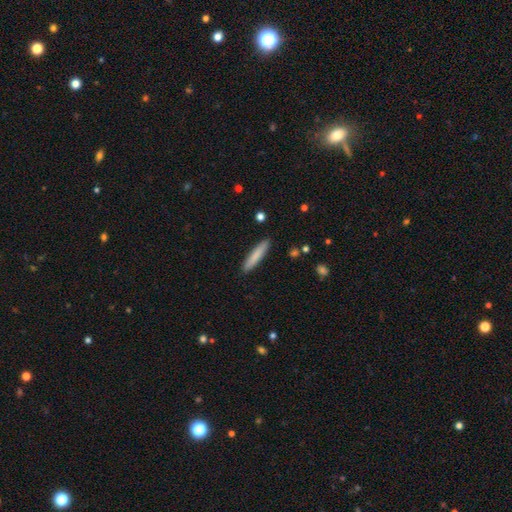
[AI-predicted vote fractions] This appears to be a smooth galaxy with no disk features (81%) that is cigar-shaped (90%). Merging: none (91%).